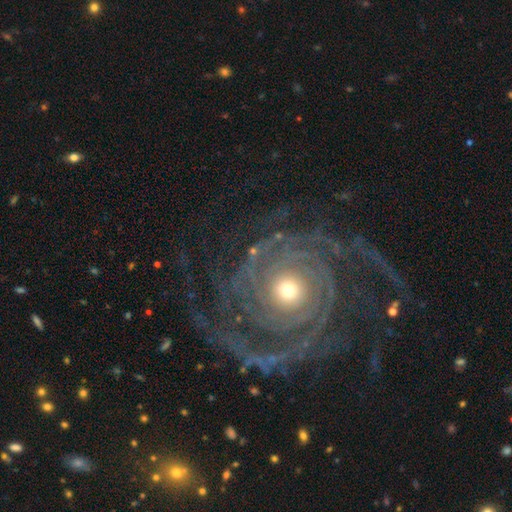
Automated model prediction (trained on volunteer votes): Morphology: type=featured or disk (91%); edge-on=no (97%); bar=no (79%); spiral arms=yes (98%); winding=tight (66%); arm count=2 (28%); bulge=moderate (53%); merging=none (71%).